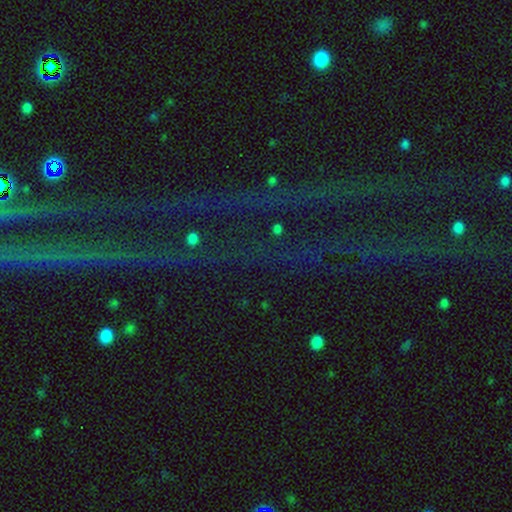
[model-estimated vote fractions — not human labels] The model was most divided on "smooth or featured": star or artifact: 79%, featured or disk: 12%, smooth: 9%.